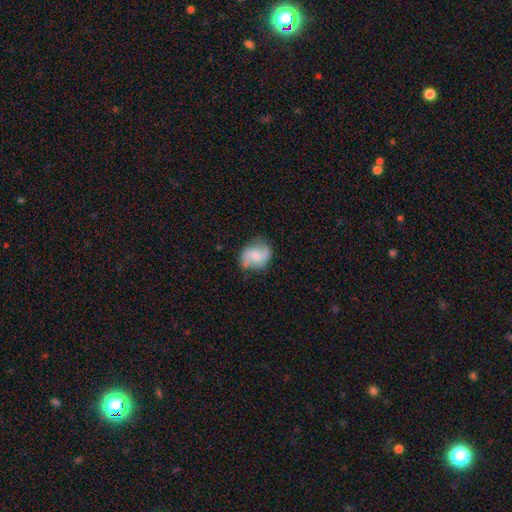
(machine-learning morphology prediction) Overall: featured or disk (51%; smooth 41%). Edge-on disk: no (97%). Merging: none (68%).